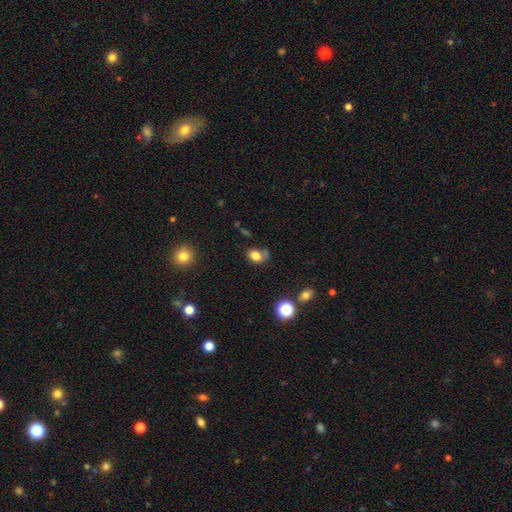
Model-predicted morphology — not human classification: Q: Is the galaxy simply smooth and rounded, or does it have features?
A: smooth — 76%.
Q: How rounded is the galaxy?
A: in between — 75%.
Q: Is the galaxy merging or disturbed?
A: none — 48%.